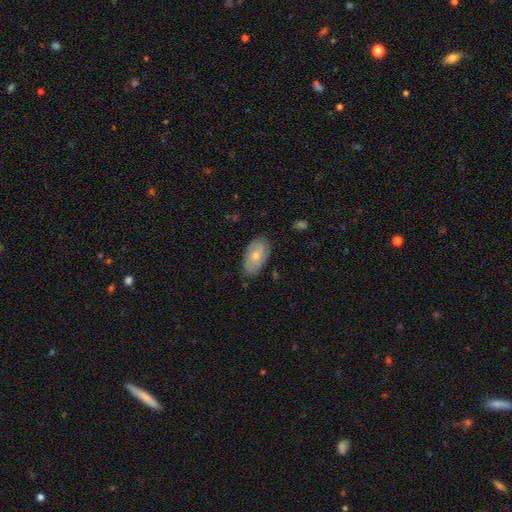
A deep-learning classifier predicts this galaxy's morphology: smooth_or_featured: smooth (p=0.56) [alt: featured or disk p=0.38]
how_rounded: in between (p=0.92) [alt: round p=0.05]
merging: none (p=0.77) [alt: minor disturbance p=0.18]